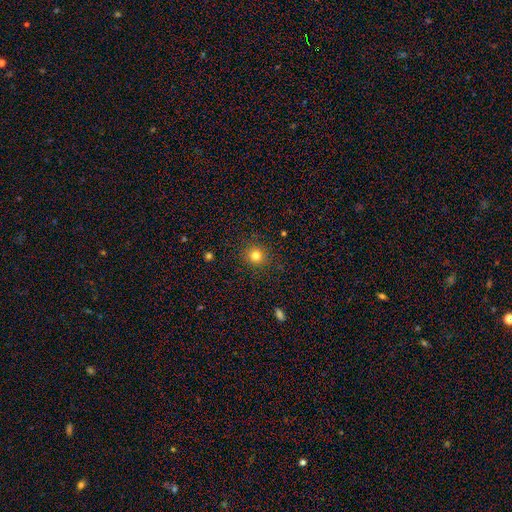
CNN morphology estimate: Smooth or featured? Predicted: smooth (p=0.80). How rounded? Predicted: round (p=0.89). Merging? Predicted: none (p=0.90).